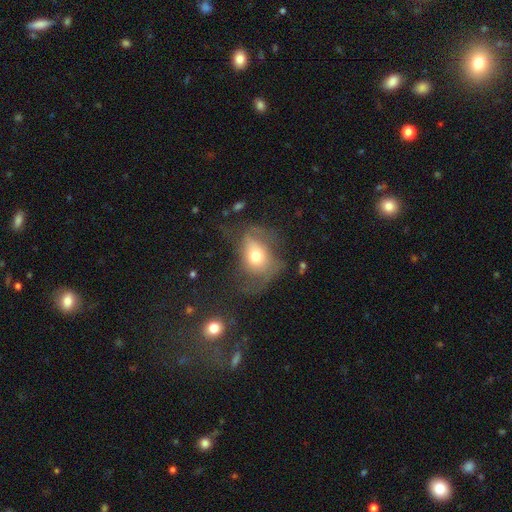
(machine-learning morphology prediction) smooth_or_featured: smooth (p=0.55) [alt: featured or disk p=0.35]
how_rounded: in between (p=0.60) [alt: round p=0.38]
merging: major disturbance (p=0.43) [alt: none p=0.30]